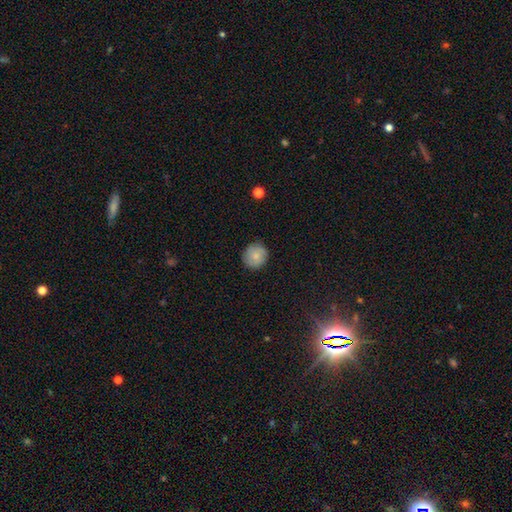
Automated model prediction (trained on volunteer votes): Overall: smooth (81%). How rounded: round (91%). Merging: none (87%).